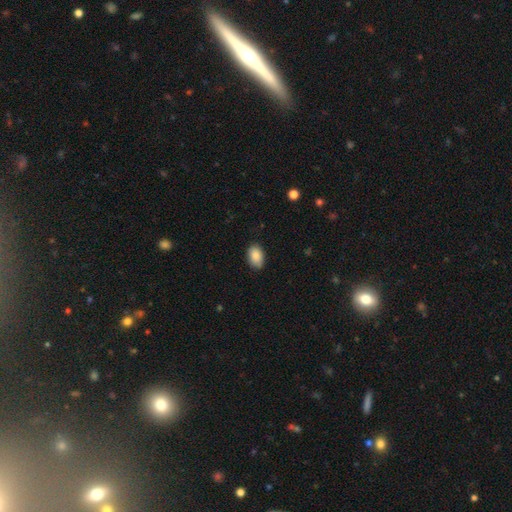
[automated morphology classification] smooth_or_featured: smooth (p=0.88) [alt: star or artifact p=0.07]
how_rounded: in between (p=0.89) [alt: round p=0.10]
merging: none (p=0.80) [alt: minor disturbance p=0.16]